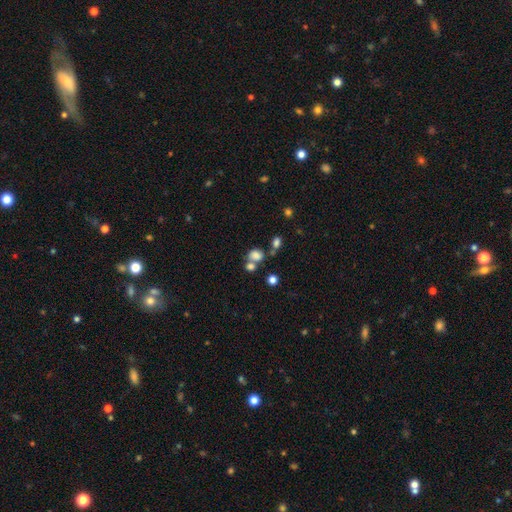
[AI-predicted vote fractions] Smooth or featured? Predicted: smooth (p=0.76). How rounded? Predicted: in between (p=0.58). Merging? Predicted: none (p=0.41).